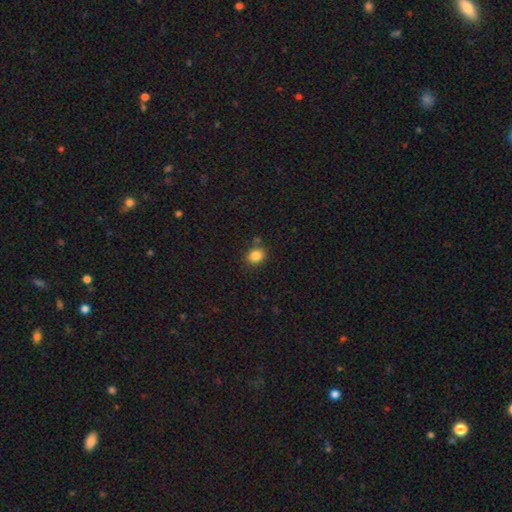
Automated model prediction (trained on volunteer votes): Smooth or featured? smooth (85%)
How rounded? round (67%)
Merging? none (79%)